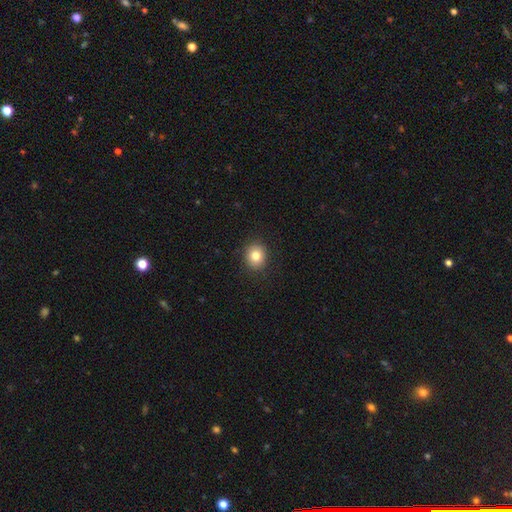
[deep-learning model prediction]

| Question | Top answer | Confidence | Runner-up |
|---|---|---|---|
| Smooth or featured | smooth | 81% | star or artifact (10%) |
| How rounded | round | 78% | in between (22%) |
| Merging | none | 90% | minor disturbance (7%) |